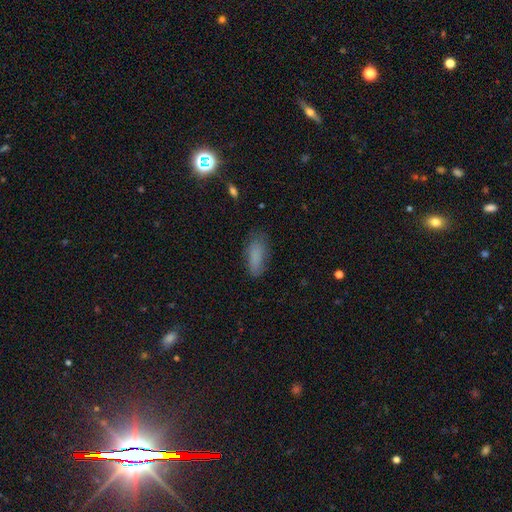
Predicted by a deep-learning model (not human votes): A smooth galaxy with no disk features (82%) that is in between round and cigar-shaped (72%).

Vote fractions:
- Smooth or featured? smooth: 82% / star or artifact: 10% / featured or disk: 8%
- How rounded? in between: 72% / cigar-shaped: 26% / round: 2%
- Merging? none: 75% / minor disturbance: 18% / major disturbance: 5% / merger: 1%